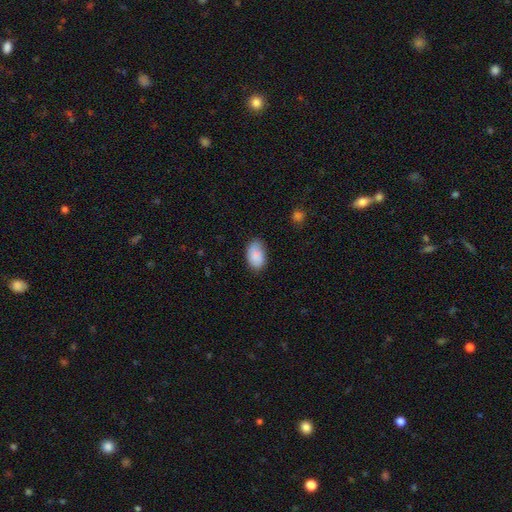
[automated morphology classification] A smooth galaxy with no disk features (87%) that is in between round and cigar-shaped (92%). Merging: none (73%).